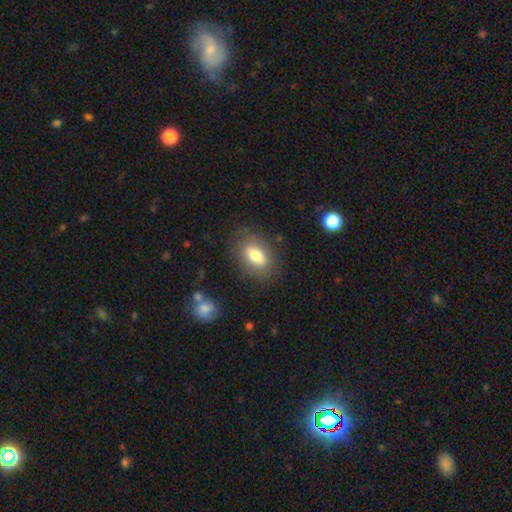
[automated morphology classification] Smooth or featured? Predicted: smooth (p=0.73). How rounded? Predicted: in between (p=0.81). Merging? Predicted: none (p=0.81).